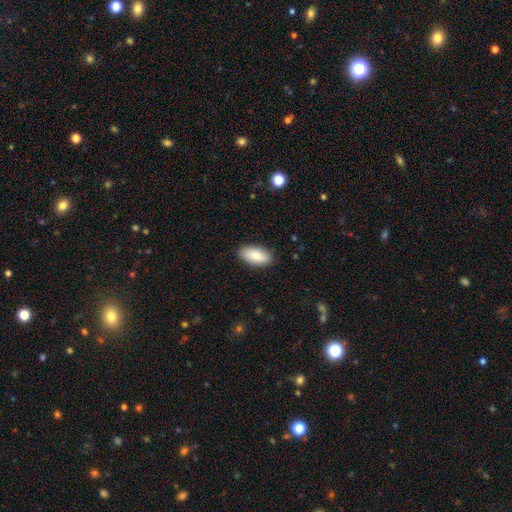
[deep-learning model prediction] This is clearly a smooth galaxy (85%). How rounded: clearly in between (92%). Merging: clearly none (88%).